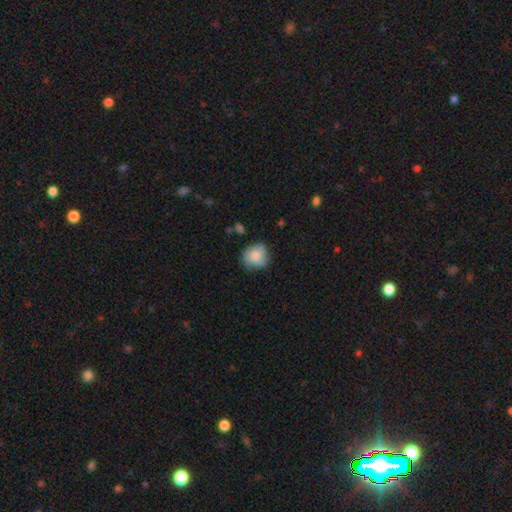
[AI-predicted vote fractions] Smooth or featured?
  - smooth: 64% *
  - featured or disk: 29%
  - star or artifact: 7%
How rounded?
  - round: 79% *
  - in between: 20%
  - cigar-shaped: 1%
Merging?
  - none: 67% *
  - minor disturbance: 24%
  - major disturbance: 7%
  - merger: 2%